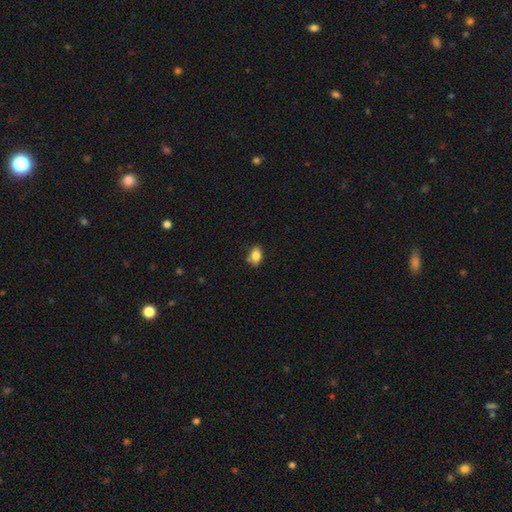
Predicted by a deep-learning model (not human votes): A smooth galaxy with no disk features (83%) that is in between round and cigar-shaped (81%).

Vote fractions:
- Smooth or featured? smooth: 83% / star or artifact: 9% / featured or disk: 8%
- How rounded? in between: 81% / round: 18% / cigar-shaped: 2%
- Merging? none: 74% / minor disturbance: 18% / merger: 5% / major disturbance: 3%